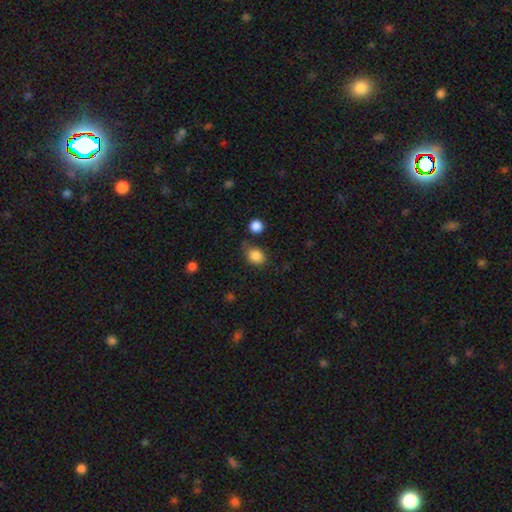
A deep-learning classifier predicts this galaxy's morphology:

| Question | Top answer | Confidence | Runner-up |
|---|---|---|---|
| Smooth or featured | smooth | 86% | star or artifact (10%) |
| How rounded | in between | 50% | round (49%) |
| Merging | none | 65% | minor disturbance (21%) |